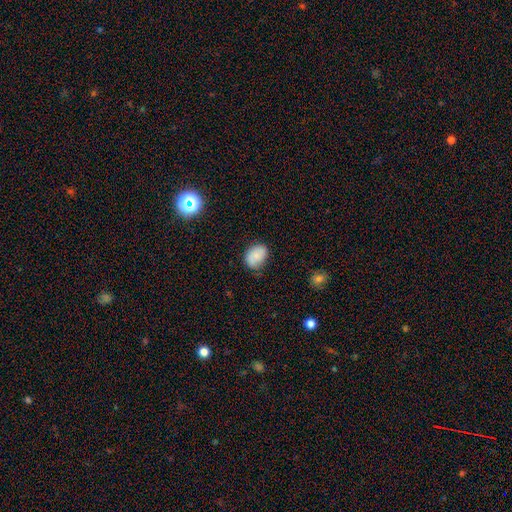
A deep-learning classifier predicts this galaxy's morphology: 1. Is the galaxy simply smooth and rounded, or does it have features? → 80% smooth, 11% featured or disk, 9% star or artifact.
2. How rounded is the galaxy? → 66% in between, 33% round, 1% cigar-shaped.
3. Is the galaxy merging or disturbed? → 65% none, 27% minor disturbance, 6% major disturbance, 2% merger.